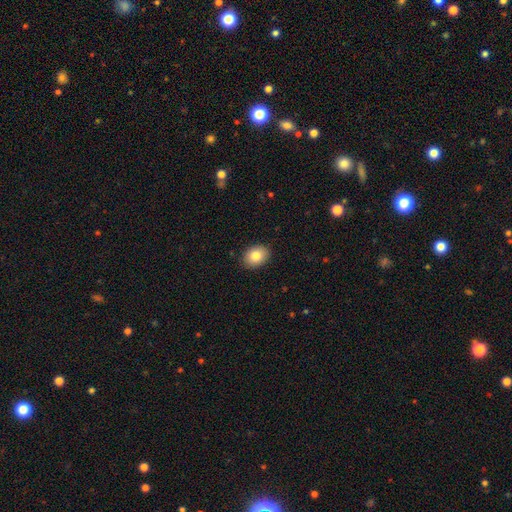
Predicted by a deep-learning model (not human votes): Smooth or featured?
  - smooth: 83% *
  - featured or disk: 9%
  - star or artifact: 8%
How rounded?
  - in between: 72% *
  - round: 27%
  - cigar-shaped: 1%
Merging?
  - none: 89% *
  - minor disturbance: 8%
  - major disturbance: 2%
  - merger: 1%